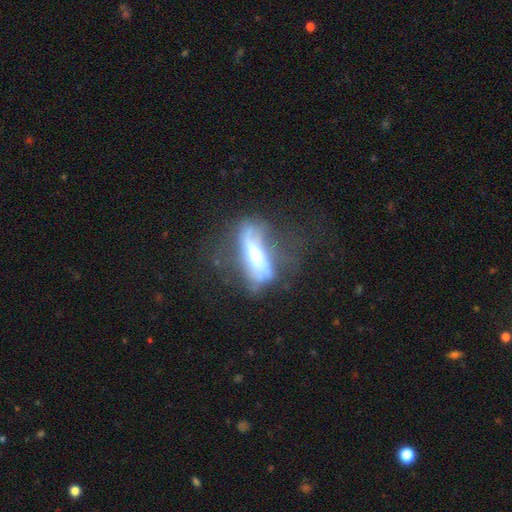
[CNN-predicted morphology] Q: Smooth or featured?
A: featured or disk (55%); runner-up: smooth (36%)
Q: Edge-on disk?
A: no (67%); runner-up: yes (33%)
Q: Merging?
A: major disturbance (36%); runner-up: none (35%)